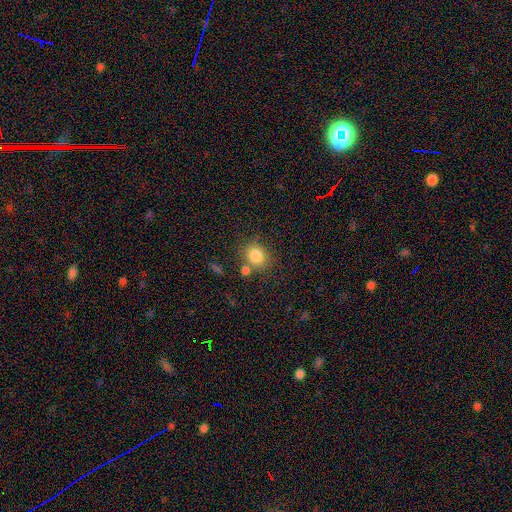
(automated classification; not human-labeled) Overall: smooth (83%). How rounded: round (69%; in between 30%). Merging: none (66%).